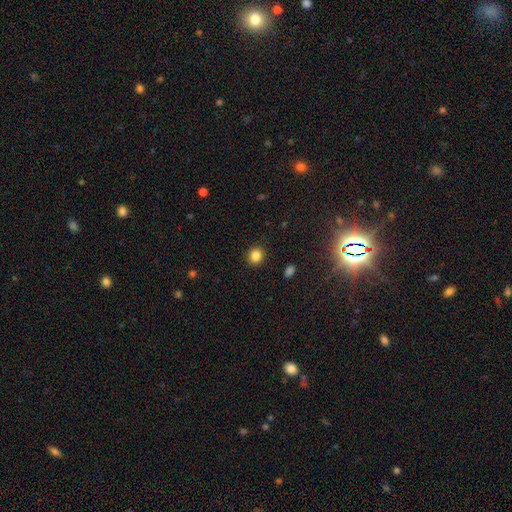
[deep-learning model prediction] smooth 84%, star or artifact 12%, featured or disk 4%. Down the decision tree: how rounded — round (85%); merging — none (91%).